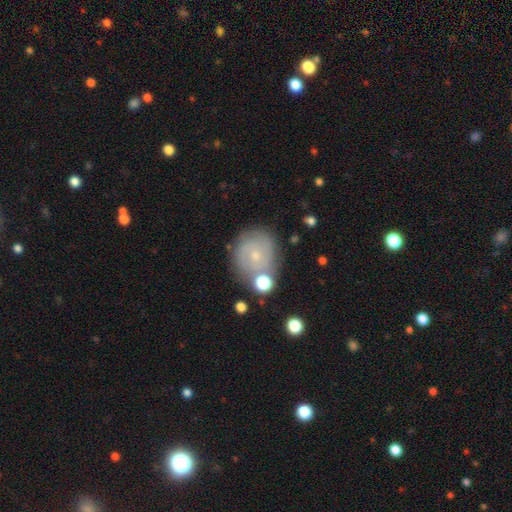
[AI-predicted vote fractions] This is possibly a featured or disk galaxy (52%). It is clearly not viewed edge-on (97%). Bar: likely no (77%). Spiral arm pattern: likely yes (78%). Central bulge: likely small (76%). Merging: likely none (70%).